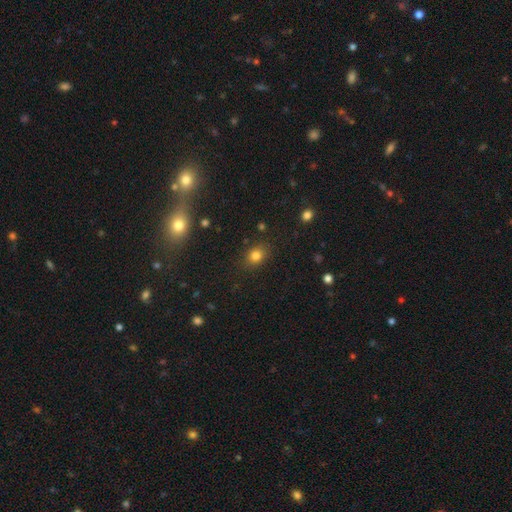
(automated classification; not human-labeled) smooth_or_featured: smooth (p=0.80) [alt: star or artifact p=0.13]
how_rounded: round (p=0.52) [alt: in between p=0.47]
merging: none (p=0.84) [alt: minor disturbance p=0.11]